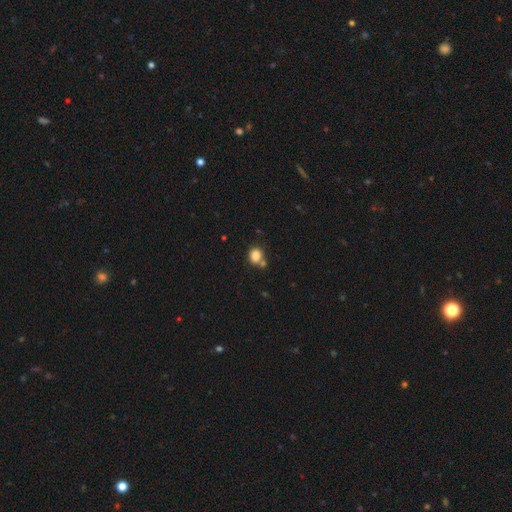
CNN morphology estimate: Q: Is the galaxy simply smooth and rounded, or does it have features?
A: smooth — 84%.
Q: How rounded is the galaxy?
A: round — 58%.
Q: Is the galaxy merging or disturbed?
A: none — 61%.